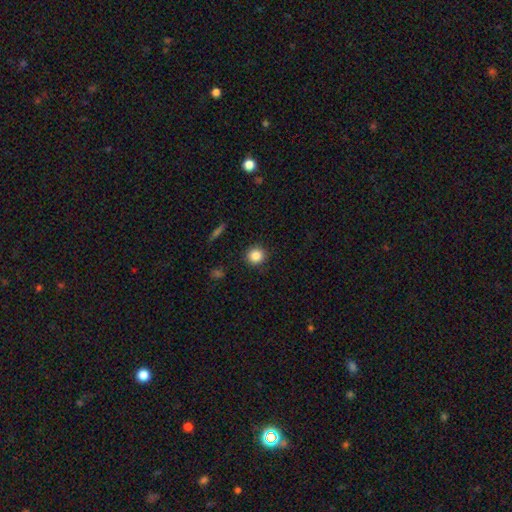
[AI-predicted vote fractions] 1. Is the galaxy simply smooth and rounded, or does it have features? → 84% smooth, 11% star or artifact, 5% featured or disk.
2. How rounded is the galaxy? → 92% round, 7% in between, 1% cigar-shaped.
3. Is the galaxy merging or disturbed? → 90% none, 6% minor disturbance, 2% major disturbance, 1% merger.